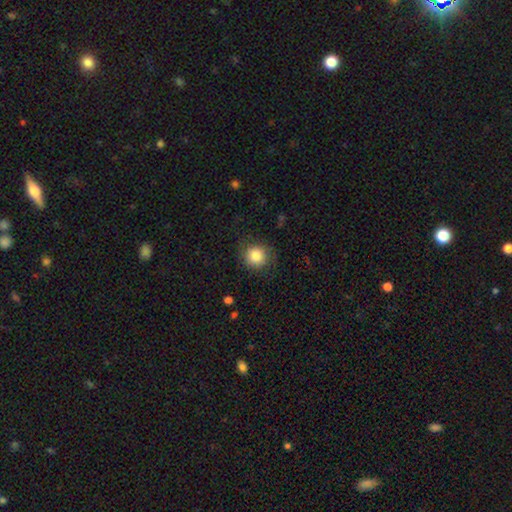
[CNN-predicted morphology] This is clearly a smooth galaxy (84%). How rounded: clearly round (90%). Merging: clearly none (81%).